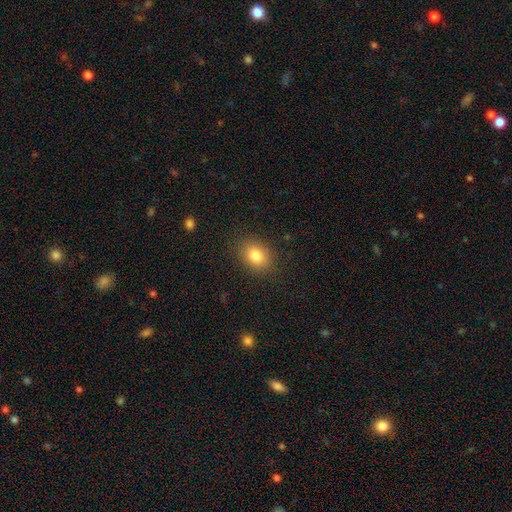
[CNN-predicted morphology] smooth 83%, star or artifact 10%, featured or disk 8%. Down the decision tree: how rounded — in between (65%); merging — none (86%).